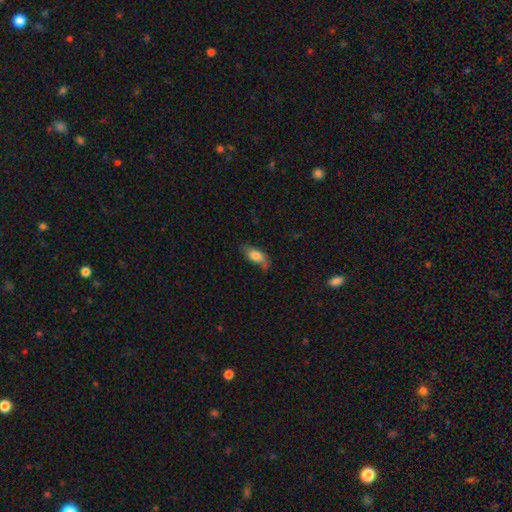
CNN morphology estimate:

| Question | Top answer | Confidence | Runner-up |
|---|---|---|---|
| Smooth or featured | smooth | 76% | featured or disk (17%) |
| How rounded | in between | 85% | cigar-shaped (11%) |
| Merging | none | 61% | minor disturbance (27%) |